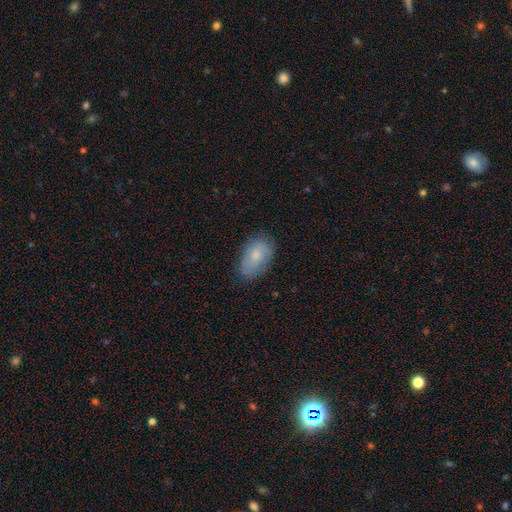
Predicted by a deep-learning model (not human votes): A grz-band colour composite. It shows a smooth galaxy with no disk features (75%) that is in between round and cigar-shaped (91%). Merging: none (73%).